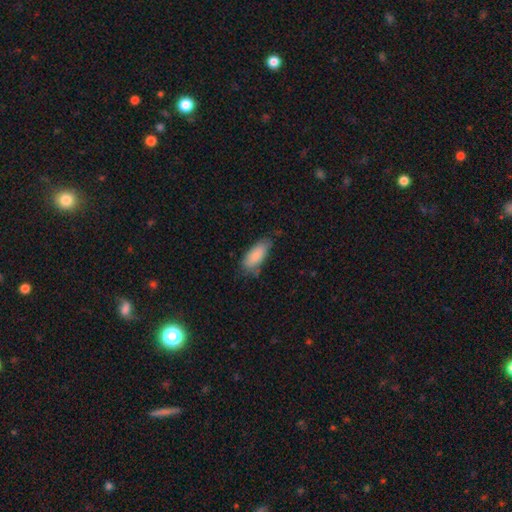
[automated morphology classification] The model was most divided on "merging": none: 62%, minor disturbance: 30%, major disturbance: 6%, merger: 2%. More confident: how rounded — in between (84%); smooth or featured — smooth (84%).